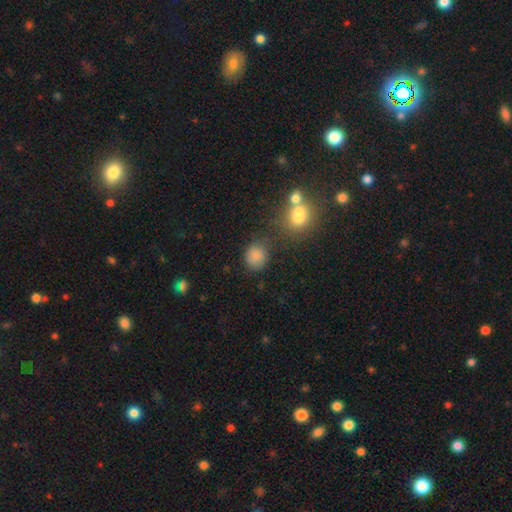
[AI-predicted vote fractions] A smooth galaxy with no disk features (80%) that is round (77%).

Vote fractions:
- Smooth or featured? smooth: 80% / star or artifact: 14% / featured or disk: 6%
- How rounded? round: 77% / in between: 22% / cigar-shaped: 1%
- Merging? none: 69% / minor disturbance: 16% / merger: 9% / major disturbance: 6%